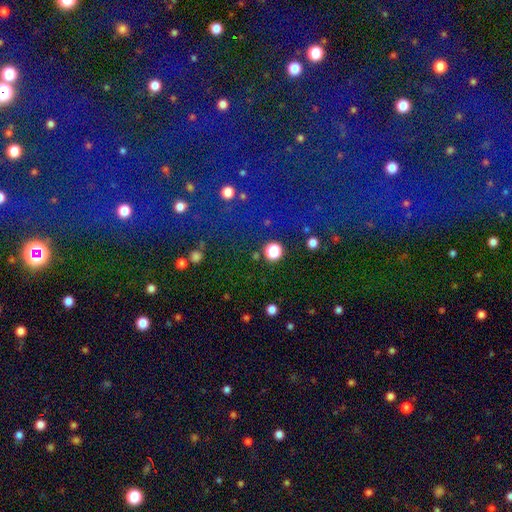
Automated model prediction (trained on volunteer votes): This appears to be a star or artifact, not a galaxy (50%).